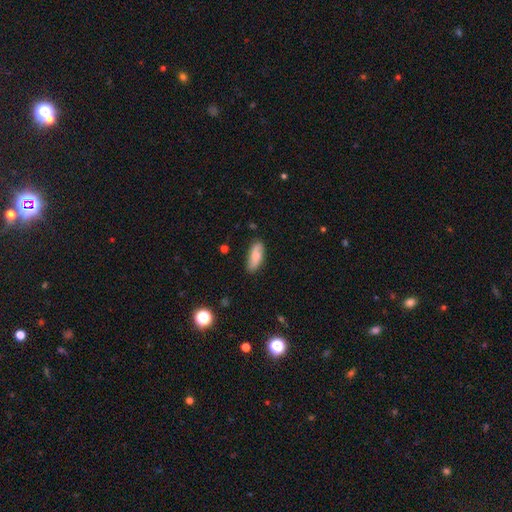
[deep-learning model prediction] smooth-or-featured: smooth: 67% | featured or disk: 26% | star or artifact: 7%
  how-rounded: in between: 75% | cigar-shaped: 22% | round: 3%
  merging: none: 80% | minor disturbance: 15% | major disturbance: 3% | merger: 2%